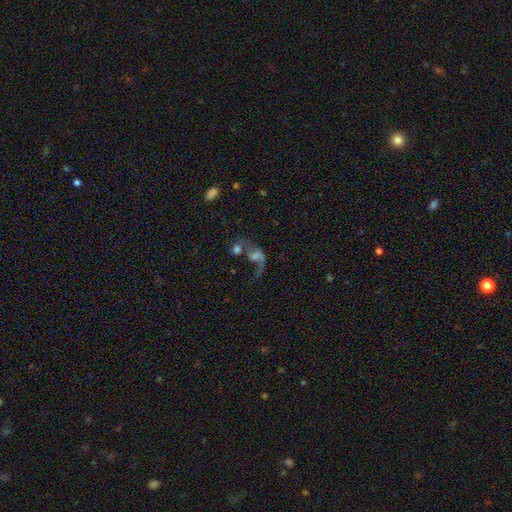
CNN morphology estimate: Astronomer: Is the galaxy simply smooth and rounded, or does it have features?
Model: featured or disk — 51% (runner-up: smooth, 29%).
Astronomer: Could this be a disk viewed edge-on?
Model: no — 94%.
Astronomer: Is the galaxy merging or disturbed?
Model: merger — 37% (runner-up: major disturbance, 32%).